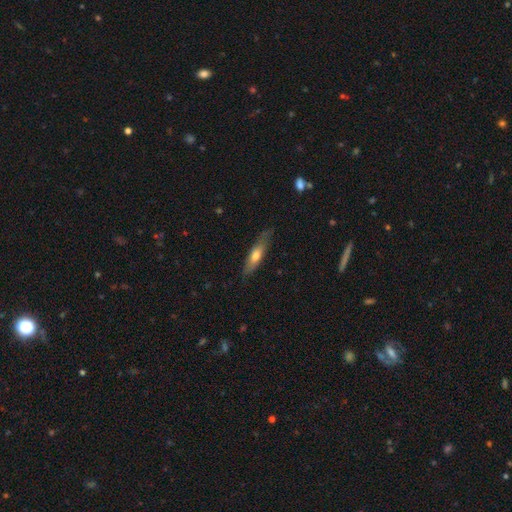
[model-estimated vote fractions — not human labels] Overall: smooth (59%; featured or disk 35%). How rounded: cigar-shaped (68%; in between 30%). Merging: none (73%).